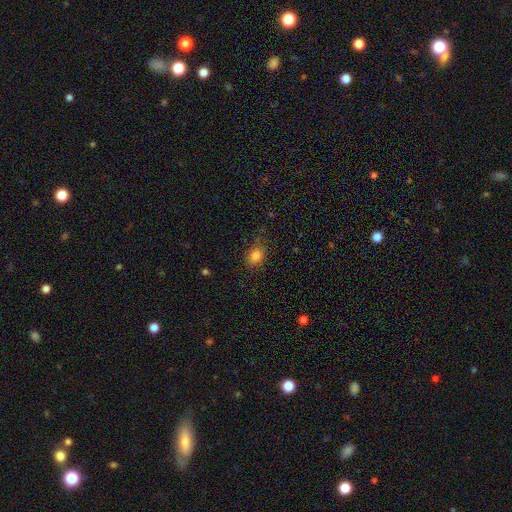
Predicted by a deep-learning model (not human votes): smooth-or-featured: smooth: 82% | star or artifact: 12% | featured or disk: 6%
  how-rounded: in between: 58% | round: 40% | cigar-shaped: 1%
  merging: none: 75% | minor disturbance: 18% | major disturbance: 5% | merger: 2%